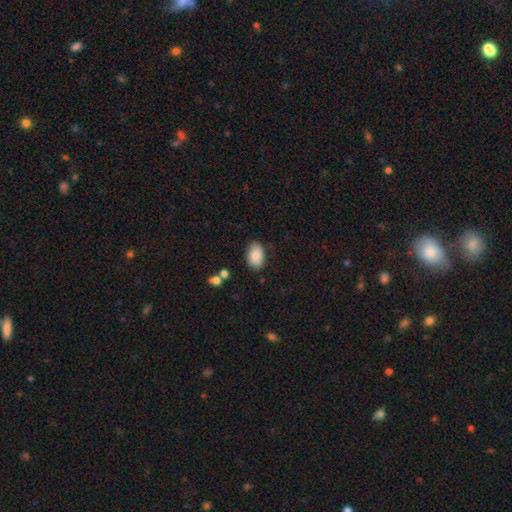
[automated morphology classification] smooth 89%, star or artifact 7%, featured or disk 5%. Down the decision tree: how rounded — in between (90%); merging — none (80%).